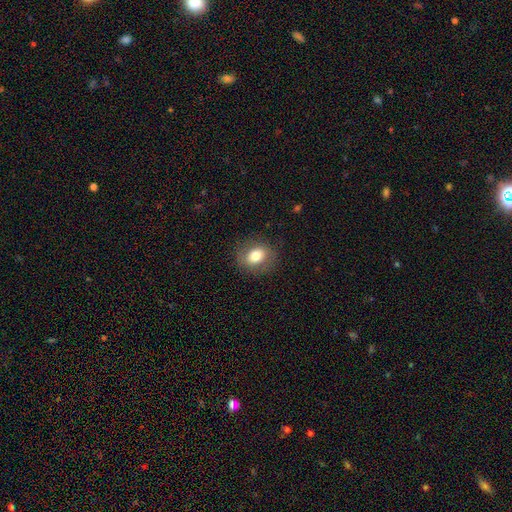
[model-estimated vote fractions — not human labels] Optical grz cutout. It shows a smooth galaxy with no disk features (73%) that is in between round and cigar-shaped (51%). Merging: none (83%).